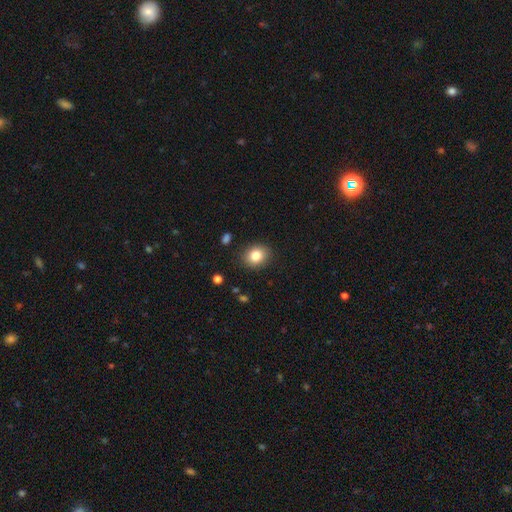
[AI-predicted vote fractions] Smooth or featured? Predicted: smooth (p=0.83). How rounded? Predicted: round (p=0.64). Merging? Predicted: none (p=0.88).